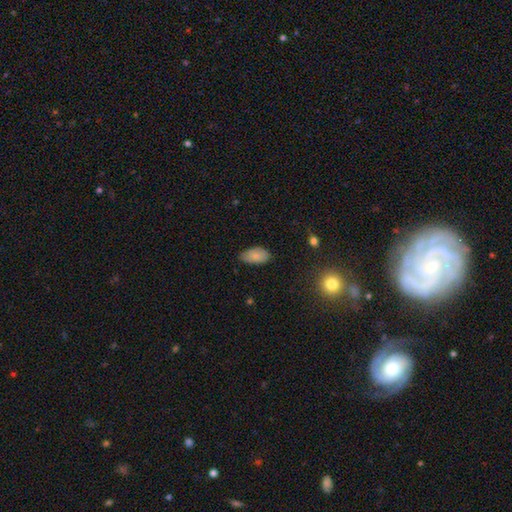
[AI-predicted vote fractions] Overall: smooth (81%). How rounded: in between (93%). Merging: none (67%; minor disturbance 27%).